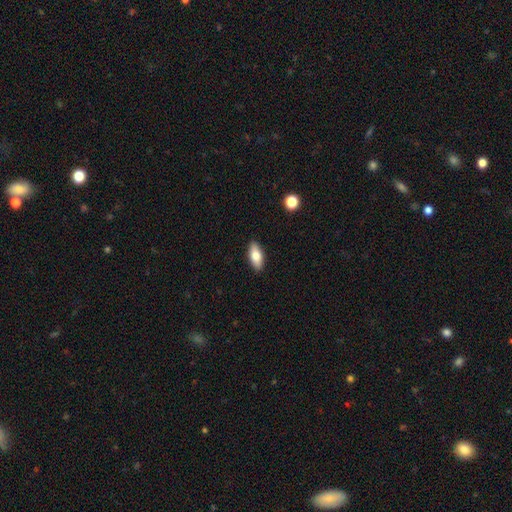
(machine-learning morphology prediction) A smooth galaxy with no disk features (78%) that is in between round and cigar-shaped (84%).

Vote fractions:
- Smooth or featured? smooth: 78% / featured or disk: 15% / star or artifact: 7%
- How rounded? in between: 84% / cigar-shaped: 14% / round: 3%
- Merging? none: 90% / minor disturbance: 7% / major disturbance: 2% / merger: 1%